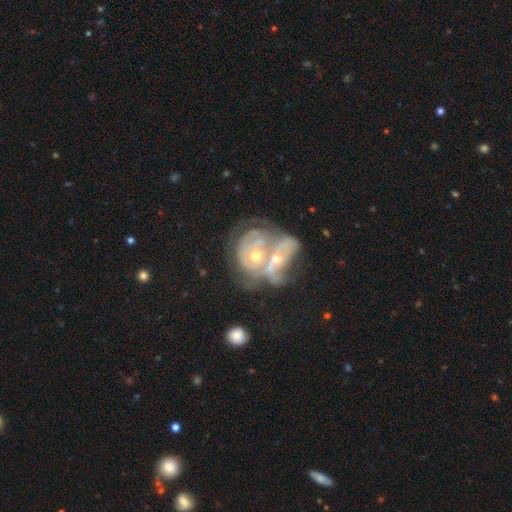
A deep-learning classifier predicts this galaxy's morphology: Smooth or featured? Predicted: featured or disk (p=0.71). Edge-on disk? Predicted: no (p=0.97). Bar? Predicted: no (p=0.81). Spiral arms? Predicted: yes (p=0.56). Bulge size? Predicted: moderate (p=0.62). Merging? Predicted: merger (p=0.76).